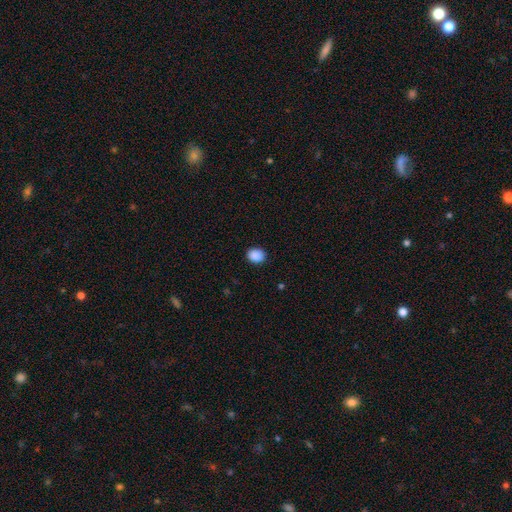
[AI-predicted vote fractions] This appears to be a smooth galaxy with no disk features (89%) that is in between round and cigar-shaped (50%). Merging: none (89%).